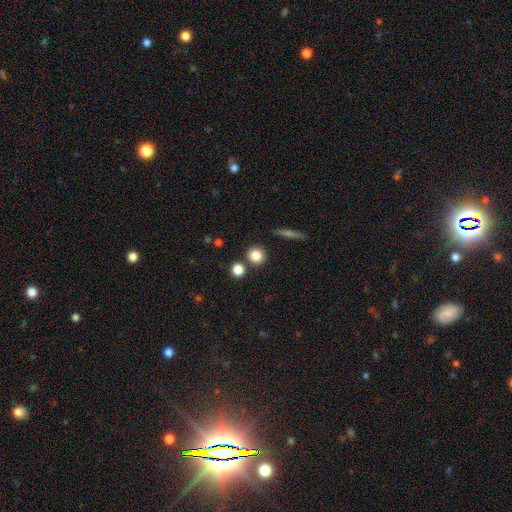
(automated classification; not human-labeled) smooth_or_featured: smooth (p=0.83) [alt: star or artifact p=0.11]
how_rounded: round (p=0.92) [alt: in between p=0.07]
merging: none (p=0.80) [alt: merger p=0.11]